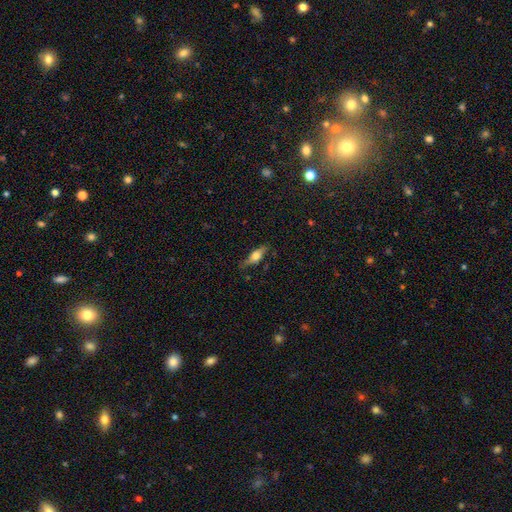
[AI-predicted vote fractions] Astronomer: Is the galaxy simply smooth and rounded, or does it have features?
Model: smooth — 56% (runner-up: featured or disk, 37%).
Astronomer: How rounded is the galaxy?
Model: in between — 57% (runner-up: cigar-shaped, 40%).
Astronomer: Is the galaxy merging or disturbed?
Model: none — 74%.